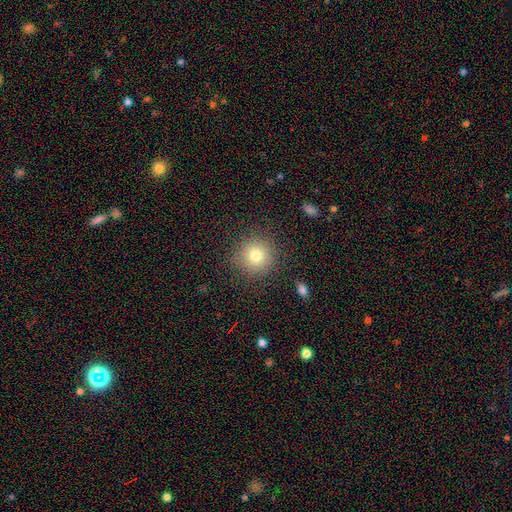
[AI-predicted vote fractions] A smooth galaxy with no disk features (76%) that is round (94%). Merging: none (88%).